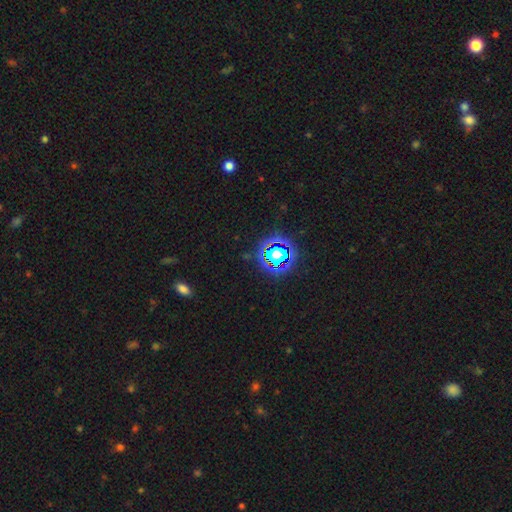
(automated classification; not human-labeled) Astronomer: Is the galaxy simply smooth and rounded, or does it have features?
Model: star or artifact — 79%.